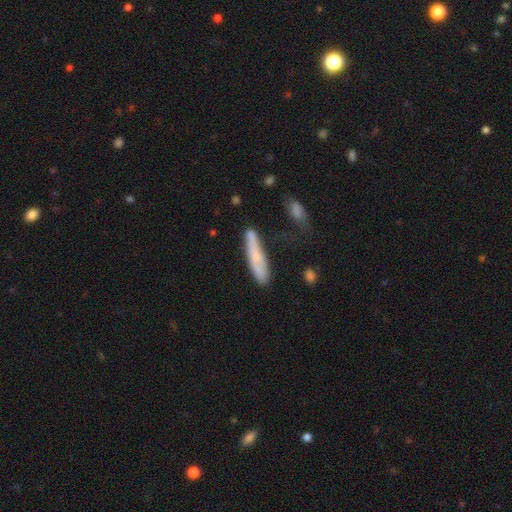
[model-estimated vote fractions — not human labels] This appears to be a smooth galaxy with no disk features (65%) that is cigar-shaped (86%). Merging: none (65%).